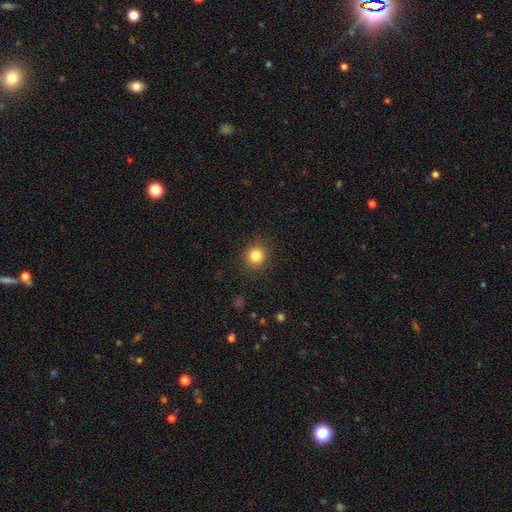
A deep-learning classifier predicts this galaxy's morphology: type=smooth (83%); roundness=round (88%); merging=none (89%).